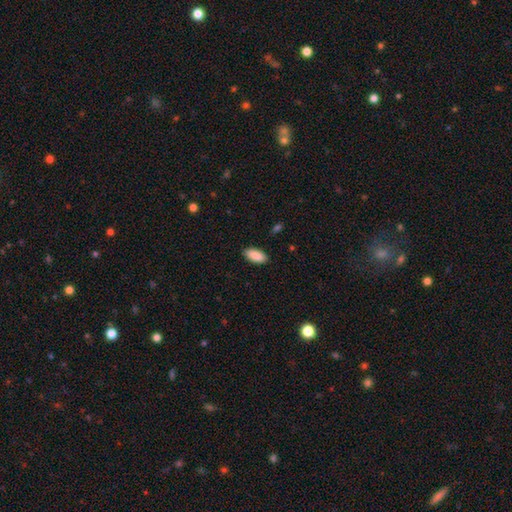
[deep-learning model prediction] smooth 90%, star or artifact 6%, featured or disk 4%. Down the decision tree: how rounded — in between (91%); merging — none (89%).